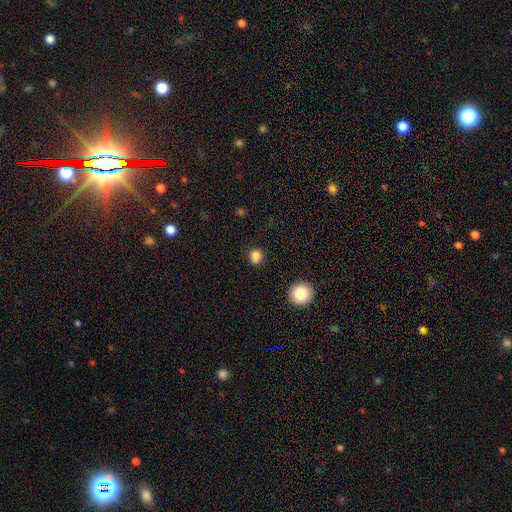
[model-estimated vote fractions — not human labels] Morphology: type=smooth (82%); roundness=round (83%); merging=none (72%).